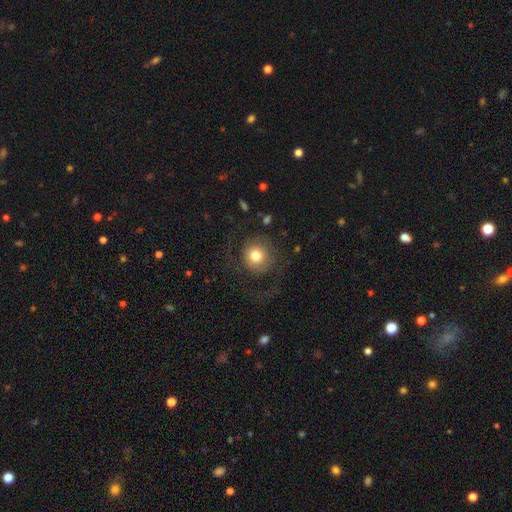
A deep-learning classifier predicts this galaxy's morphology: Smooth or featured? smooth (67%)
How rounded? round (93%)
Merging? none (63%)